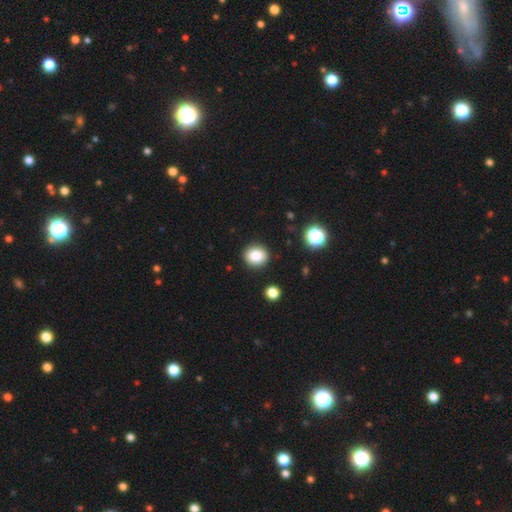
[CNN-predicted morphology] Smooth or featured: smooth — 83% (star or artifact — 11%)
How rounded: round — 81% (in between — 18%)
Merging: none — 90% (minor disturbance — 6%)